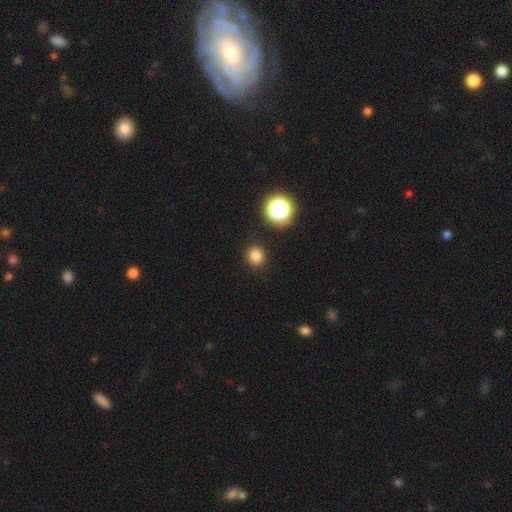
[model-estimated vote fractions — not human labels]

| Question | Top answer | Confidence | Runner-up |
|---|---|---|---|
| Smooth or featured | smooth | 81% | star or artifact (15%) |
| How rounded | round | 90% | in between (9%) |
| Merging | none | 91% | minor disturbance (6%) |